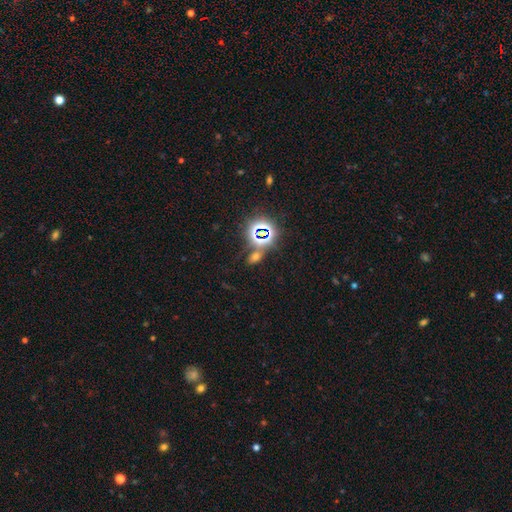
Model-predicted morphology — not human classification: This appears to be a star or artifact, not a galaxy (68%).